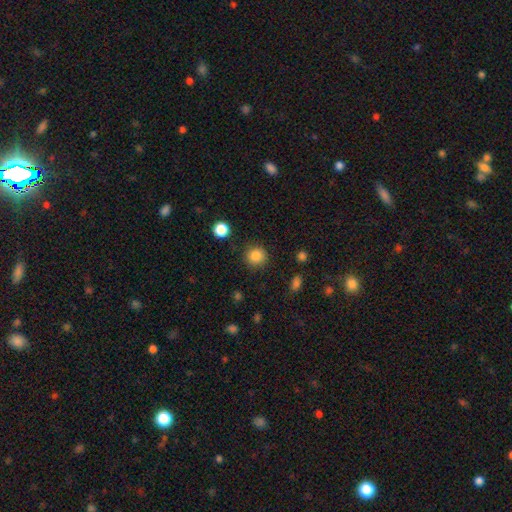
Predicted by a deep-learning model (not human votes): Morphology: type=smooth (85%); roundness=round (92%); merging=none (89%).